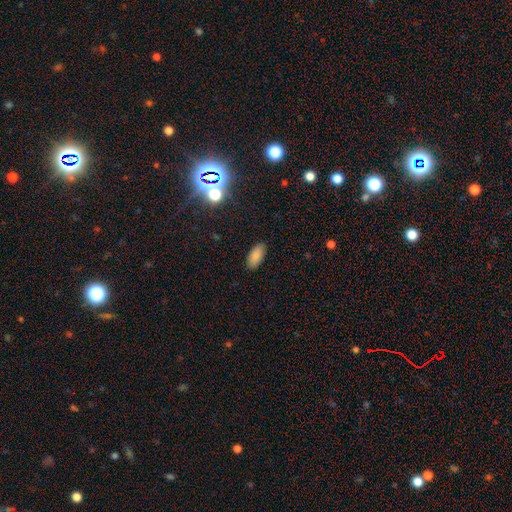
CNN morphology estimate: type=smooth (85%); roundness=in between (90%); merging=none (89%).